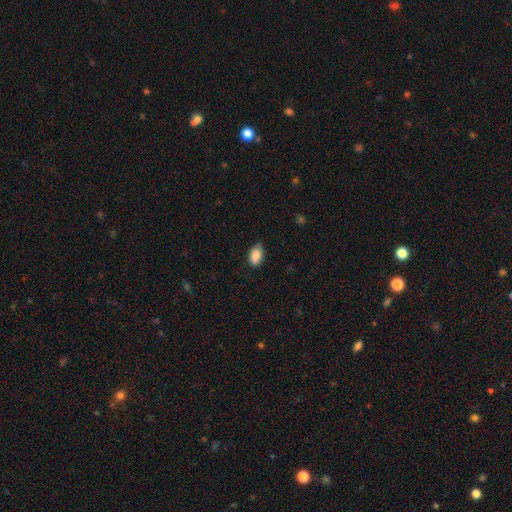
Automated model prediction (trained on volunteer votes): smooth_or_featured: smooth (p=0.88) [alt: star or artifact p=0.07]
how_rounded: in between (p=0.91) [alt: round p=0.07]
merging: none (p=0.68) [alt: minor disturbance p=0.27]